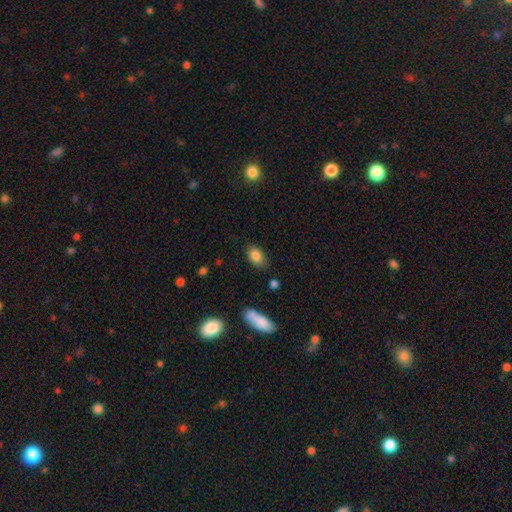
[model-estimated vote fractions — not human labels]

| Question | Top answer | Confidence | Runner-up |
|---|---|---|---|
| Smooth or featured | smooth | 84% | star or artifact (8%) |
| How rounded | in between | 85% | round (13%) |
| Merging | none | 80% | minor disturbance (14%) |